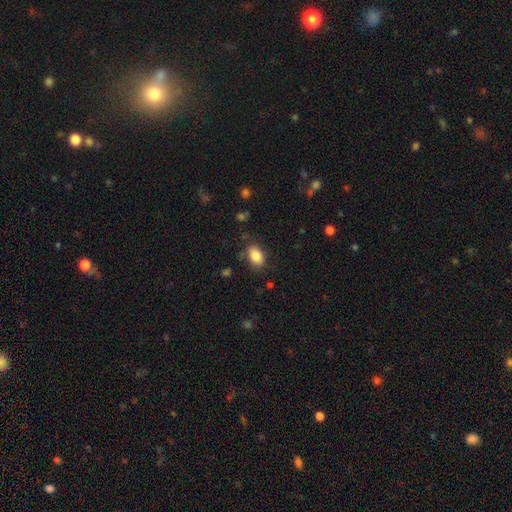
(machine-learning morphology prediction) Overall: smooth (85%). How rounded: in between (86%). Merging: none (80%).